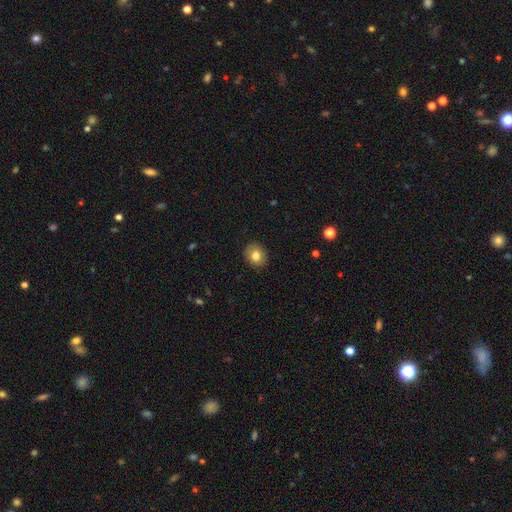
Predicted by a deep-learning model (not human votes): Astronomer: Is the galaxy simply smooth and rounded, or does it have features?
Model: smooth — 80%.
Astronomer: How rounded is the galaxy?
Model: round — 60% (runner-up: in between, 39%).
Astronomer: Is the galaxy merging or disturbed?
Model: none — 88%.